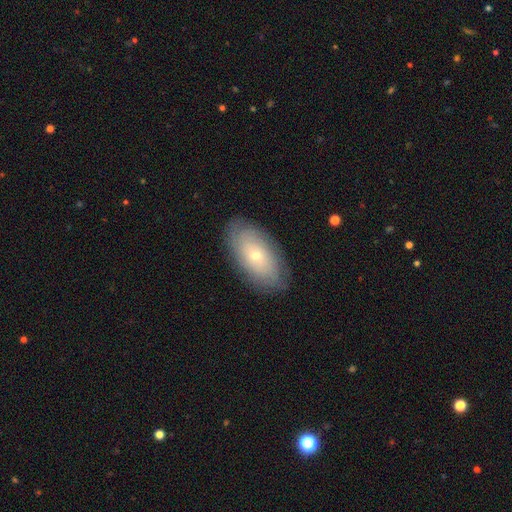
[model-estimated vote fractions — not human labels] smooth_or_featured: smooth (p=0.47) [alt: featured or disk p=0.46]
merging: none (p=0.84) [alt: minor disturbance p=0.12]